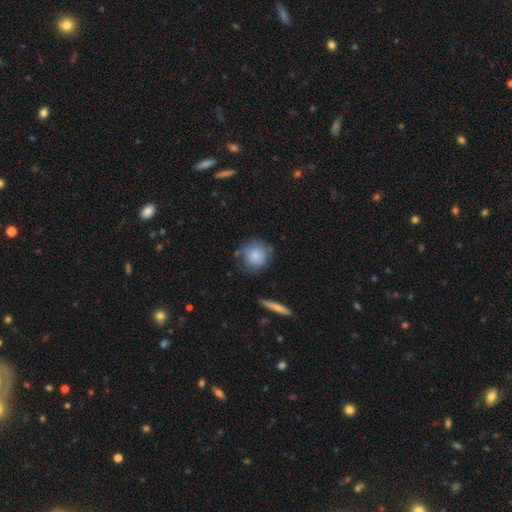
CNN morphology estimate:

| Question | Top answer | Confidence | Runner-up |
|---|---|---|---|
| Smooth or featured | smooth | 69% | featured or disk (24%) |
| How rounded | round | 86% | in between (12%) |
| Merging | none | 63% | minor disturbance (24%) |